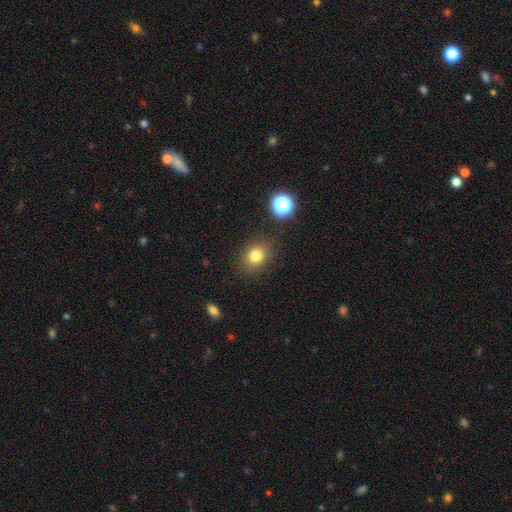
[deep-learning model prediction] A smooth galaxy with no disk features (80%) that is round (66%).

Vote fractions:
- Smooth or featured? smooth: 80% / star or artifact: 13% / featured or disk: 7%
- How rounded? round: 66% / in between: 33% / cigar-shaped: 1%
- Merging? none: 83% / minor disturbance: 11% / major disturbance: 4% / merger: 2%